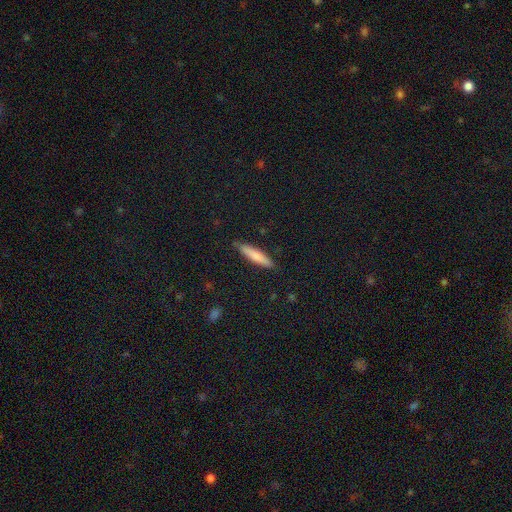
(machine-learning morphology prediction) Overall: smooth (77%). How rounded: cigar-shaped (87%). Merging: none (86%).